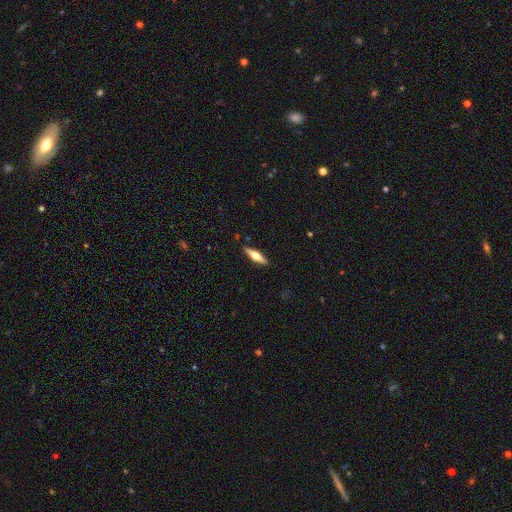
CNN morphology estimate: The model was most divided on "smooth or featured": featured or disk: 56%, smooth: 39%, star or artifact: 6%. More confident: edge-on disk — yes (95%); edge-on bulge — rounded (93%); merging — none (90%).